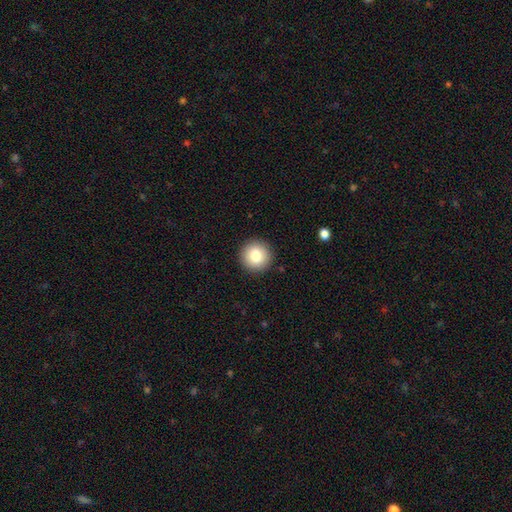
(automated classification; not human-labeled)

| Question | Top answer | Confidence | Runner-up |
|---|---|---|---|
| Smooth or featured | smooth | 81% | featured or disk (10%) |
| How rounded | round | 95% | in between (4%) |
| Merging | none | 92% | minor disturbance (5%) |